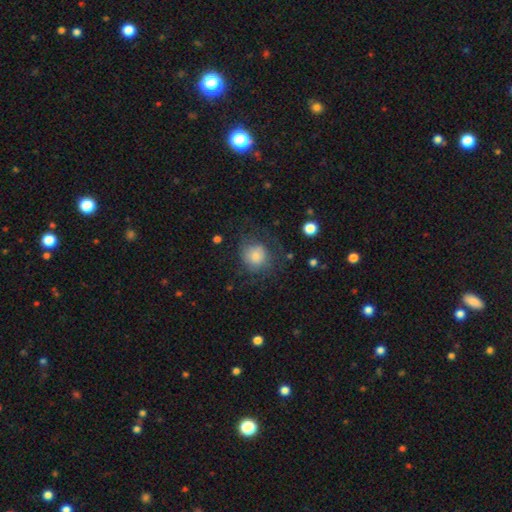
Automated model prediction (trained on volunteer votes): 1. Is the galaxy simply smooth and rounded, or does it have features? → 71% smooth, 17% featured or disk, 11% star or artifact.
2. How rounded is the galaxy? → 85% round, 14% in between, 1% cigar-shaped.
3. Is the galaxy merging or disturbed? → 63% none, 20% minor disturbance, 16% major disturbance, 1% merger.